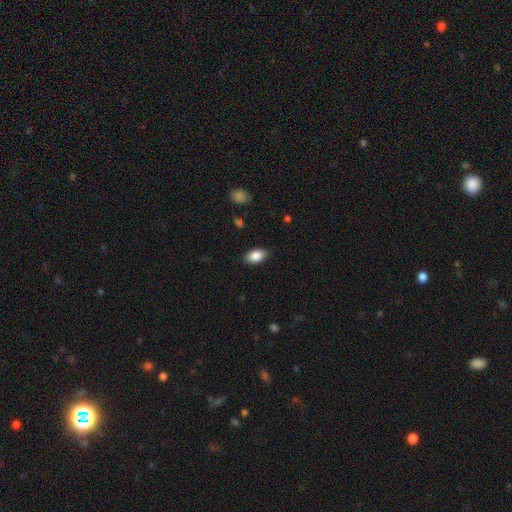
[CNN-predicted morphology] Smooth or featured? Predicted: smooth (p=0.86). How rounded? Predicted: in between (p=0.91). Merging? Predicted: none (p=0.86).